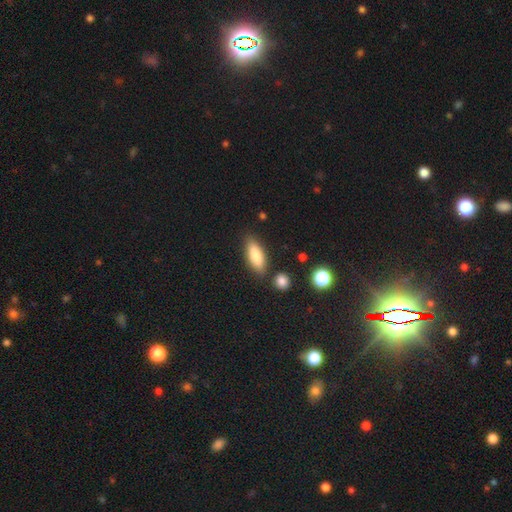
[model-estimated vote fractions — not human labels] Overall: smooth (84%). How rounded: in between (68%; cigar-shaped 29%). Merging: none (81%).